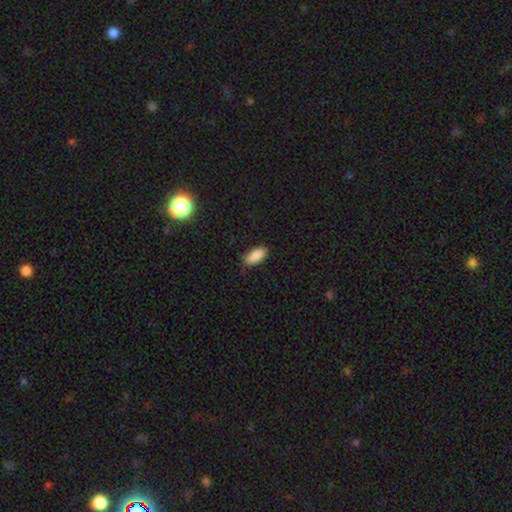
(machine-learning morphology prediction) This is clearly a smooth galaxy (89%). How rounded: clearly in between (86%). Merging: clearly none (81%).